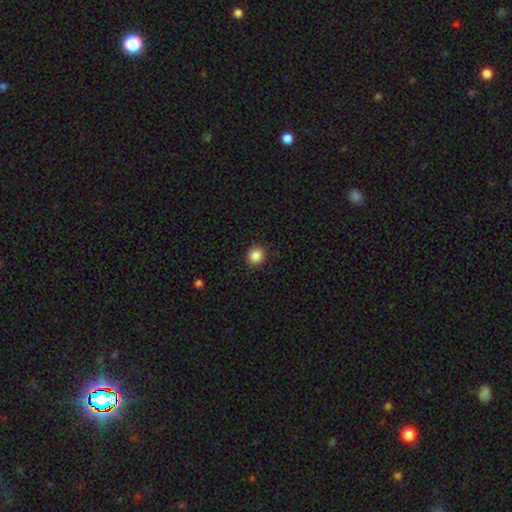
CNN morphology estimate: Smooth or featured? smooth (86%)
How rounded? round (91%)
Merging? none (91%)